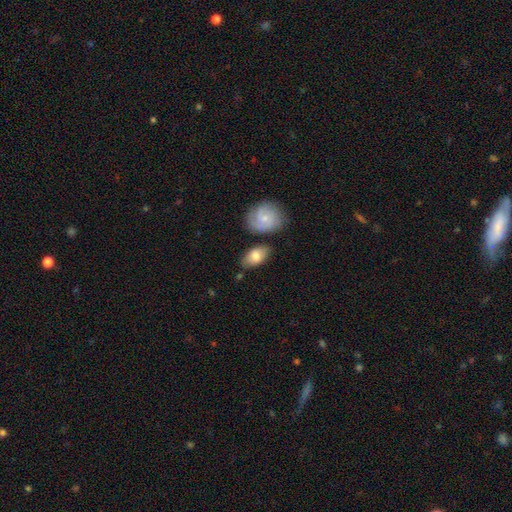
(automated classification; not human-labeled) smooth 76%, featured or disk 18%, star or artifact 6%. Down the decision tree: how rounded — in between (90%); merging — none (69%).